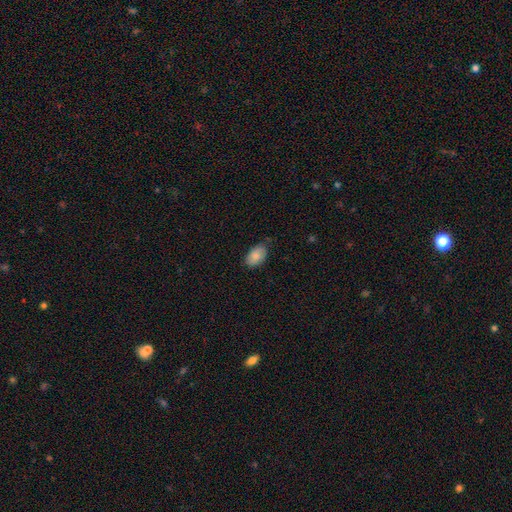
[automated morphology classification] Smooth or featured: smooth — 82% (featured or disk — 11%)
How rounded: in between — 92% (round — 7%)
Merging: none — 70% (minor disturbance — 25%)